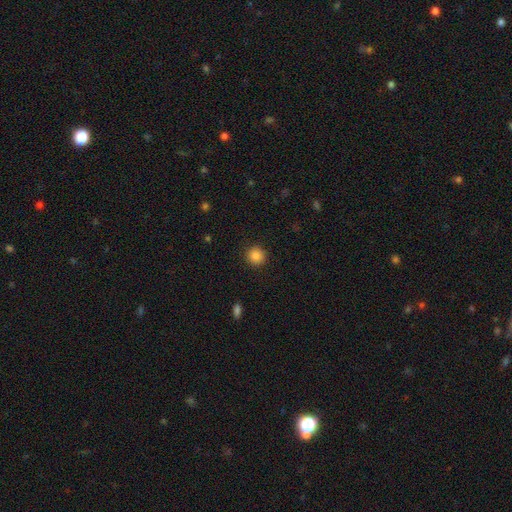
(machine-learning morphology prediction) A smooth galaxy with no disk features (86%) that is round (93%).

Vote fractions:
- Smooth or featured? smooth: 86% / star or artifact: 10% / featured or disk: 4%
- How rounded? round: 93% / in between: 6% / cigar-shaped: 1%
- Merging? none: 91% / minor disturbance: 6% / major disturbance: 2% / merger: 1%